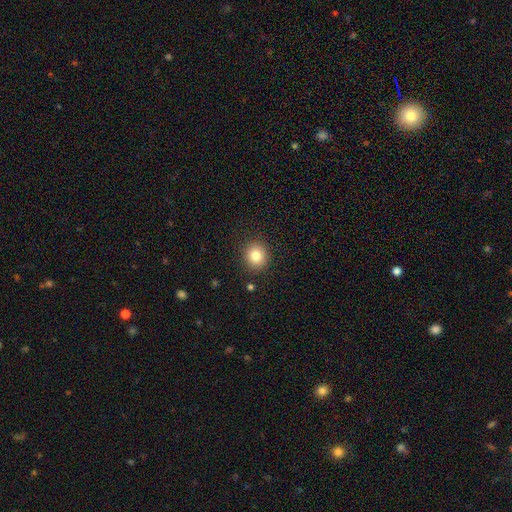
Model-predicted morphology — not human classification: Q: Smooth or featured?
A: smooth (83%); runner-up: star or artifact (10%)
Q: How rounded?
A: round (85%); runner-up: in between (14%)
Q: Merging?
A: none (89%); runner-up: minor disturbance (7%)